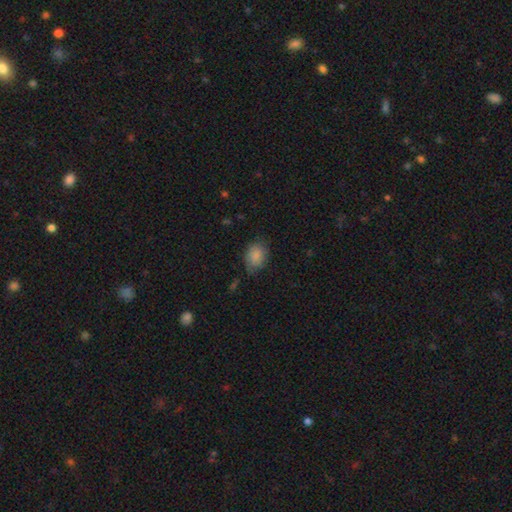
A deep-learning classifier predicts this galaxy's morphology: Smooth or featured? Predicted: smooth (p=0.84). How rounded? Predicted: in between (p=0.75). Merging? Predicted: none (p=0.67).